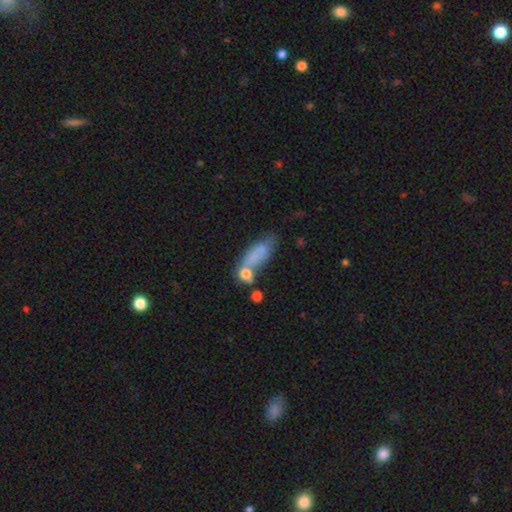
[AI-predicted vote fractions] smooth 65%, featured or disk 22%, star or artifact 12%. Down the decision tree: how rounded — in between (66%); merging — none (37%).